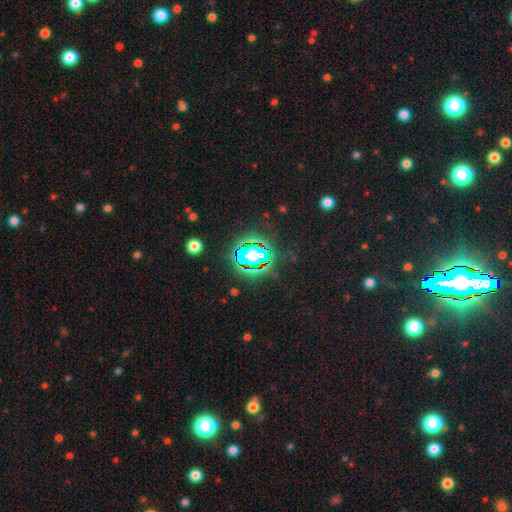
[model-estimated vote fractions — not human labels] This is clearly a star or artifact rather than a galaxy (81%).